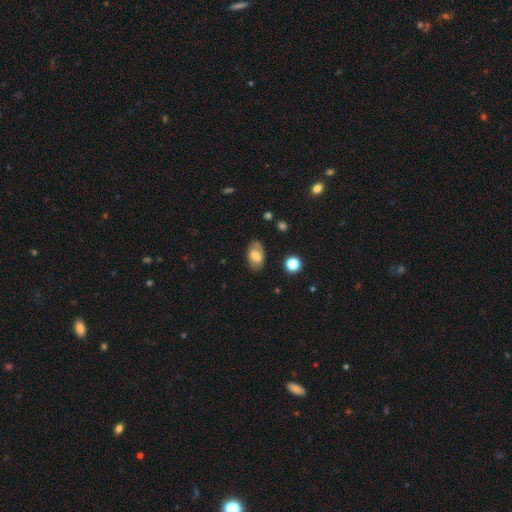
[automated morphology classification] Smooth or featured? Predicted: smooth (p=0.64). How rounded? Predicted: in between (p=0.90). Merging? Predicted: none (p=0.76).